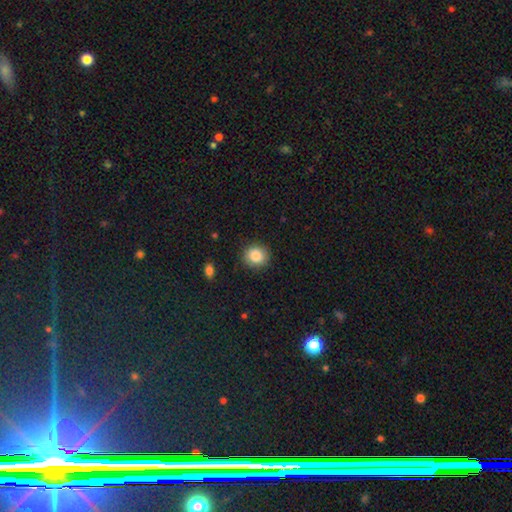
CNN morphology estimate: smooth 86%, star or artifact 9%, featured or disk 5%. Down the decision tree: how rounded — round (86%); merging — none (89%).